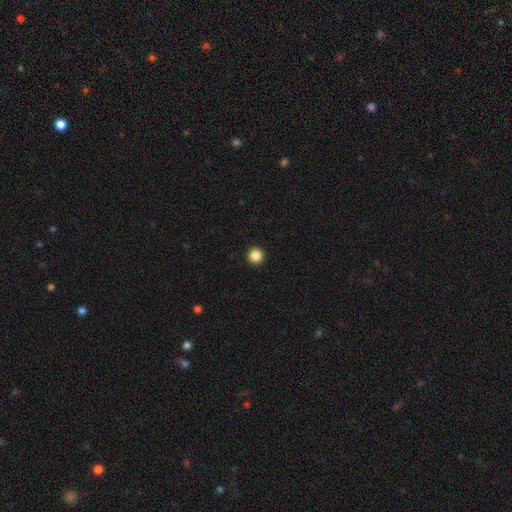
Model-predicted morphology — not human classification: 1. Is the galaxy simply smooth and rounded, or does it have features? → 87% smooth, 10% star or artifact, 3% featured or disk.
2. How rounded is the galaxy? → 96% round, 3% in between, 1% cigar-shaped.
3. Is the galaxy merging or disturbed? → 94% none, 4% minor disturbance, 1% major disturbance, 1% merger.